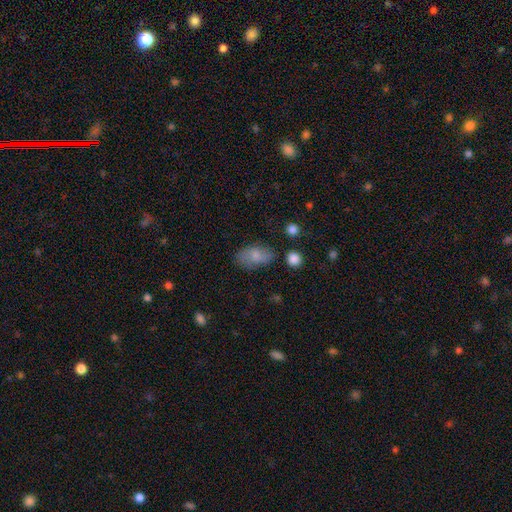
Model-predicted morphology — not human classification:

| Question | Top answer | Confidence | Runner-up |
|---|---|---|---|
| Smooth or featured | smooth | 75% | featured or disk (17%) |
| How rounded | in between | 91% | round (7%) |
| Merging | none | 68% | minor disturbance (22%) |